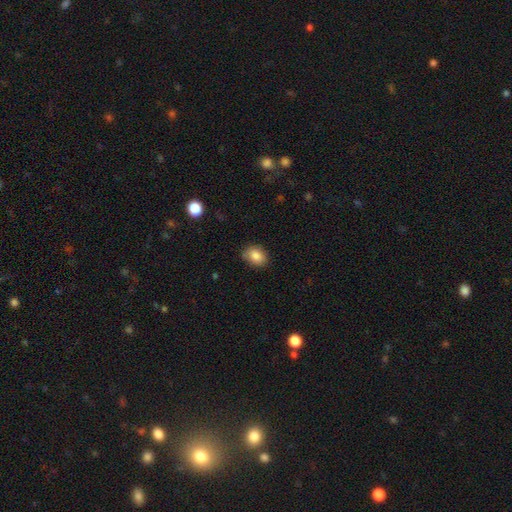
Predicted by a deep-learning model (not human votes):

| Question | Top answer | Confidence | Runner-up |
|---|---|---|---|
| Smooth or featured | smooth | 85% | star or artifact (8%) |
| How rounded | in between | 62% | round (37%) |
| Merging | none | 80% | minor disturbance (16%) |